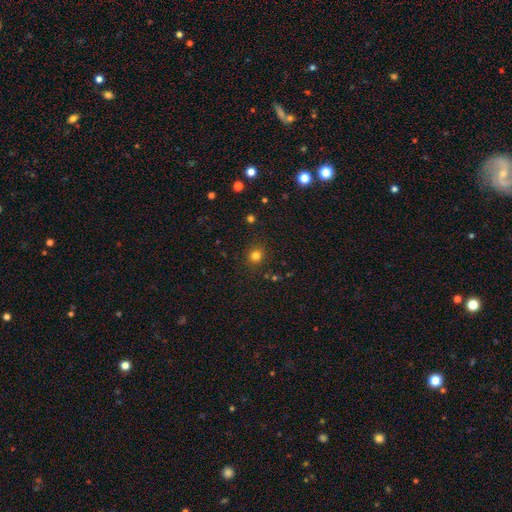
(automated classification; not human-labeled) smooth-or-featured: smooth: 79% | star or artifact: 16% | featured or disk: 6%
  how-rounded: round: 84% | in between: 15% | cigar-shaped: 1%
  merging: none: 88% | minor disturbance: 8% | major disturbance: 3% | merger: 2%